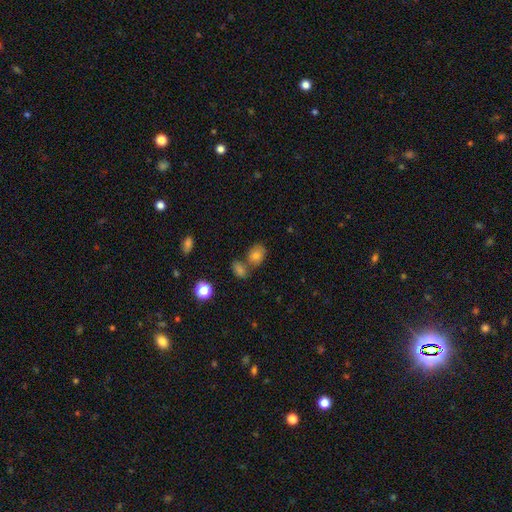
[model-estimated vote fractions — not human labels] Morphology: type=smooth (76%); roundness=in between (63%); merging=none (52%).